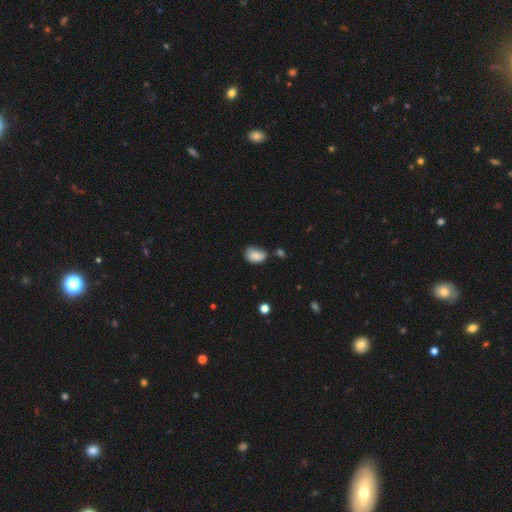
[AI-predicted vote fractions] Smooth or featured? smooth (82%)
How rounded? in between (85%)
Merging? none (51%)